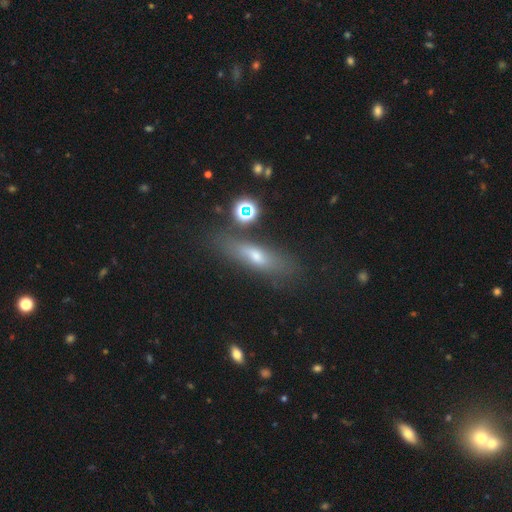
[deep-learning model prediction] This is possibly a smooth galaxy (56%). How rounded: possibly cigar-shaped (55%). Merging: likely none (69%).